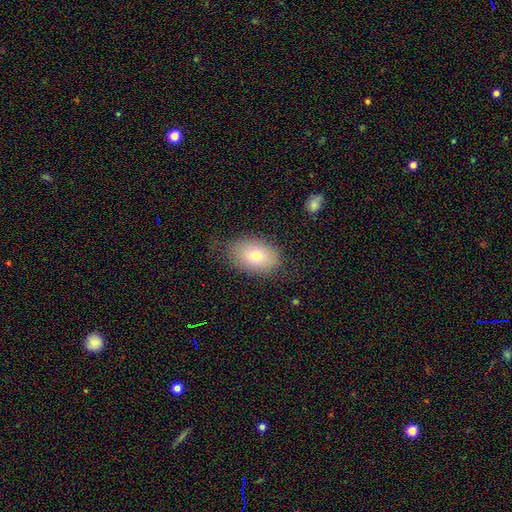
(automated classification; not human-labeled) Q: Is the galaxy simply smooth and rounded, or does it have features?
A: smooth — 73%.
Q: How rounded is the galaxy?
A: in between — 83%.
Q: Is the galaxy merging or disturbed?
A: none — 76%.